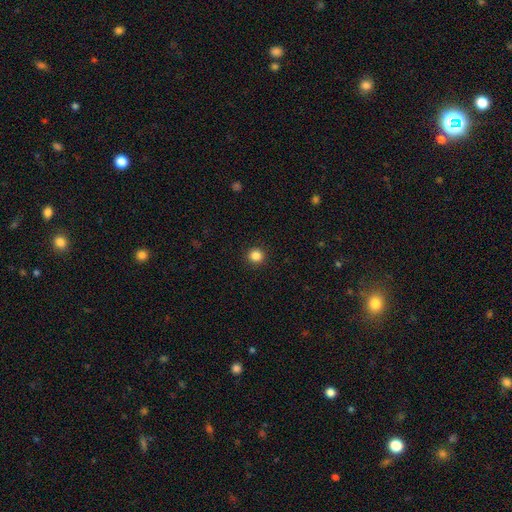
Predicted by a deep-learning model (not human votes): Overall: smooth (85%). How rounded: round (92%). Merging: none (93%).